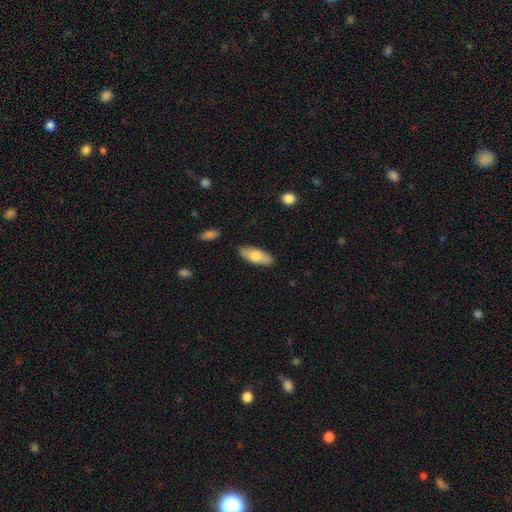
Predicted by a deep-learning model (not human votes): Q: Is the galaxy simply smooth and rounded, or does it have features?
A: smooth — 72%.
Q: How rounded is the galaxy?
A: in between — 79%.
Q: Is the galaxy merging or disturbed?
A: none — 87%.